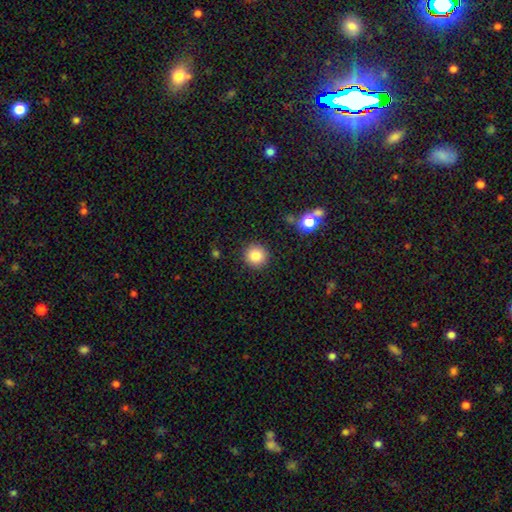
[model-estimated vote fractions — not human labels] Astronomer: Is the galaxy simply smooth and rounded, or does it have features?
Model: smooth — 84%.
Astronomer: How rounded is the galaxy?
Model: round — 94%.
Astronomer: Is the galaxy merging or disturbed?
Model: none — 90%.